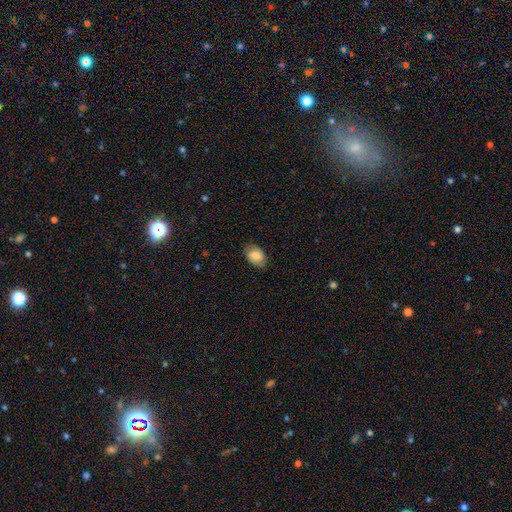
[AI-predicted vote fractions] The model was most divided on "smooth or featured": smooth: 77%, featured or disk: 16%, star or artifact: 7%. More confident: how rounded — in between (84%); merging — none (78%).